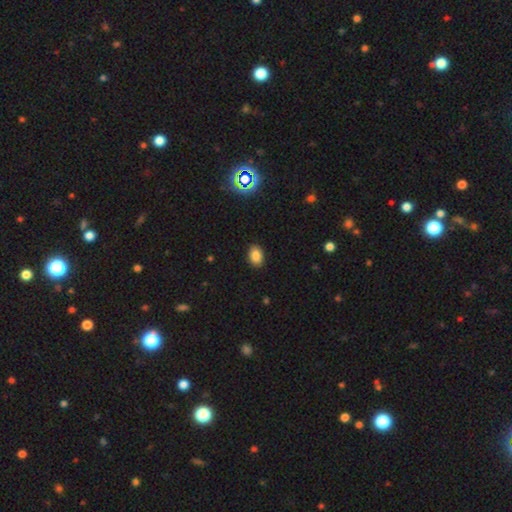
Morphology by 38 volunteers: Smooth or featured: smooth — 89% (star or artifact — 8%)
How rounded: in between — 82% (round — 18%)
Merging: none — 83% (minor disturbance — 14%)